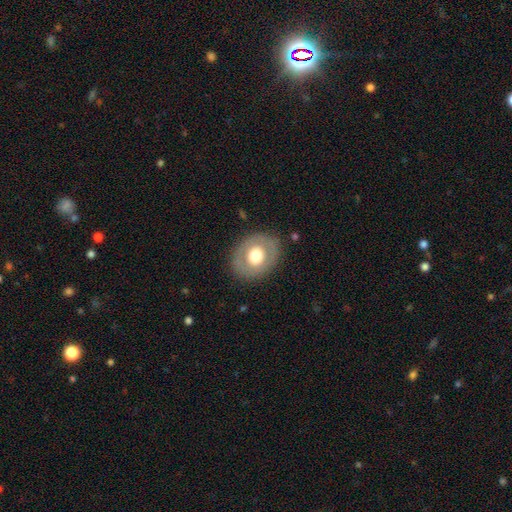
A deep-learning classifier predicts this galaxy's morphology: smooth 54%, featured or disk 40%, star or artifact 6%. Down the decision tree: how rounded — round (53%); merging — none (83%).